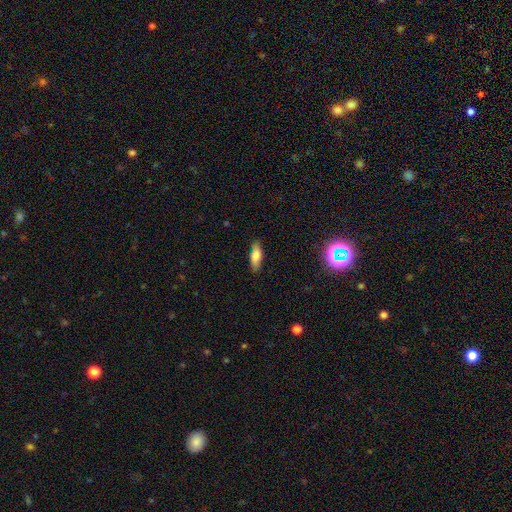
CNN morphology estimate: smooth 77%, featured or disk 15%, star or artifact 8%. Down the decision tree: how rounded — in between (58%); merging — none (86%).